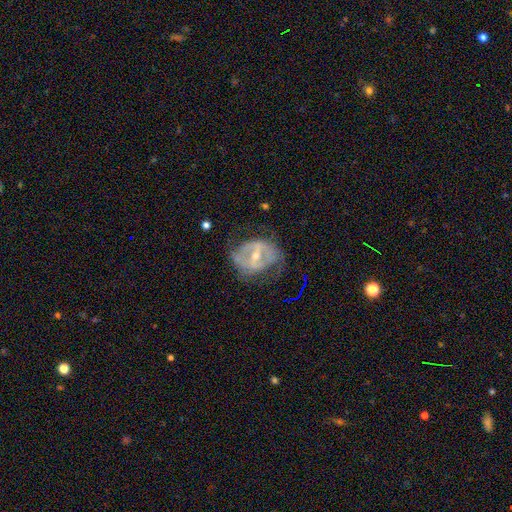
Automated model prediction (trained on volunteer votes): smooth_or_featured: featured or disk (p=0.77) [alt: smooth p=0.15]
disk_edge_on: no (p=0.94) [alt: yes p=0.06]
bar: strong (p=0.53) [alt: weak p=0.33]
has_spiral_arms: yes (p=0.53) [alt: no p=0.47]
bulge_size: small (p=0.50) [alt: moderate p=0.46]
merging: none (p=0.50) [alt: minor disturbance p=0.25]